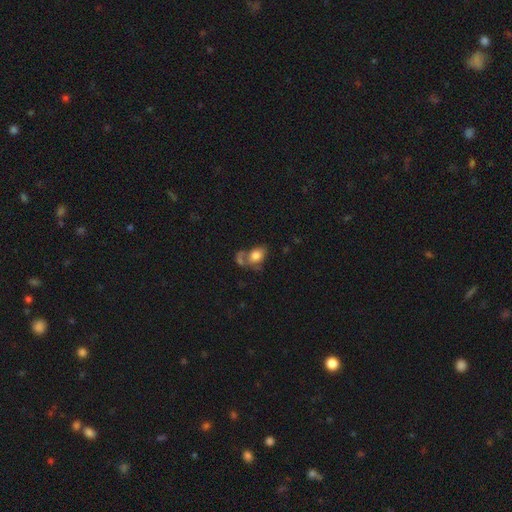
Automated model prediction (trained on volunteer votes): Smooth or featured: smooth — 75% (featured or disk — 16%)
How rounded: in between — 71% (round — 27%)
Merging: merger — 38% (none — 32%)